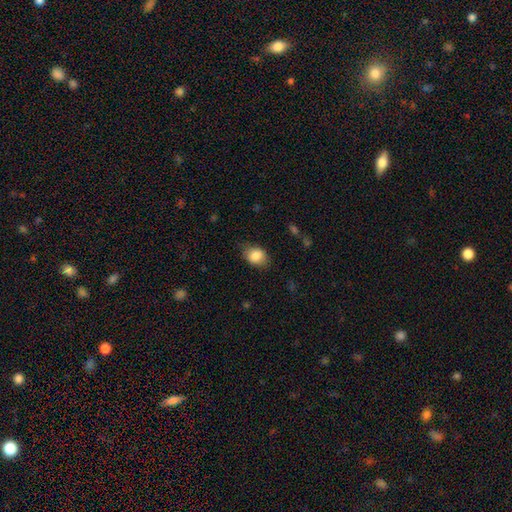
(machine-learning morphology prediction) This is clearly a smooth galaxy (85%). How rounded: likely in between (67%). Merging: likely none (74%).